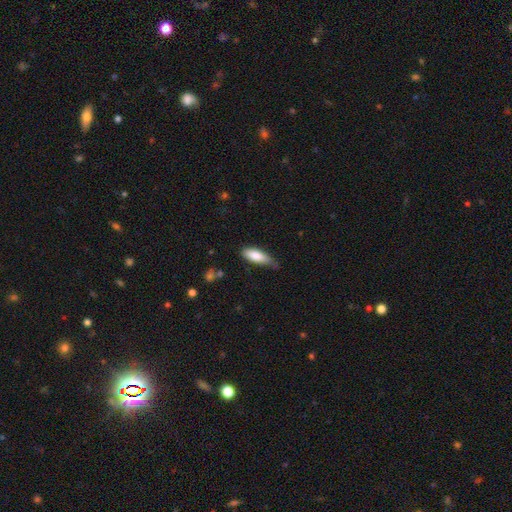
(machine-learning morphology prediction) smooth 82%, featured or disk 12%, star or artifact 6%. Down the decision tree: how rounded — in between (69%); merging — none (47%).